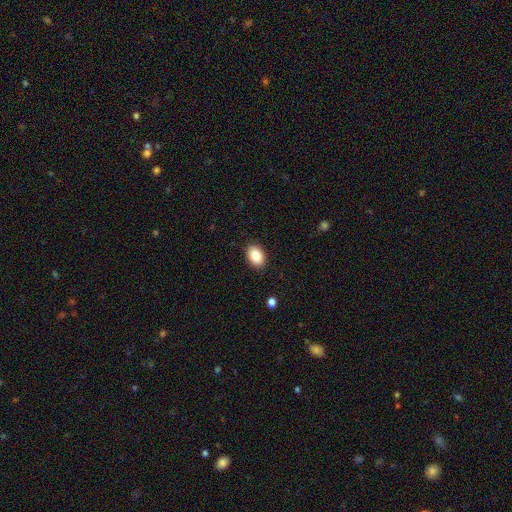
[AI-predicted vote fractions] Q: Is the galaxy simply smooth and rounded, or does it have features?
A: smooth — 86%.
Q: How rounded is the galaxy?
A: in between — 83%.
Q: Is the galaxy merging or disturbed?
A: none — 89%.